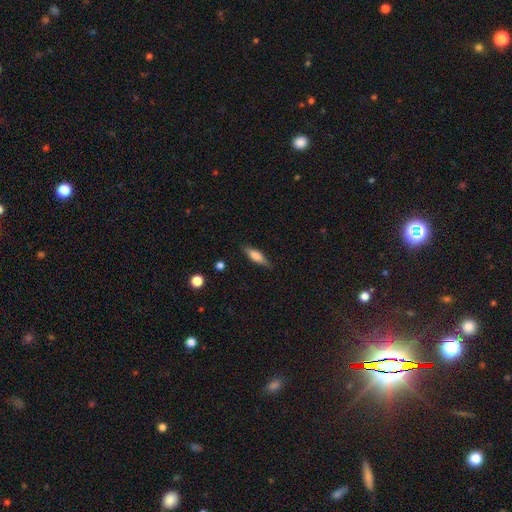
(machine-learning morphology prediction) smooth 67%, featured or disk 26%, star or artifact 7%. Down the decision tree: how rounded — cigar-shaped (55%); merging — none (82%).